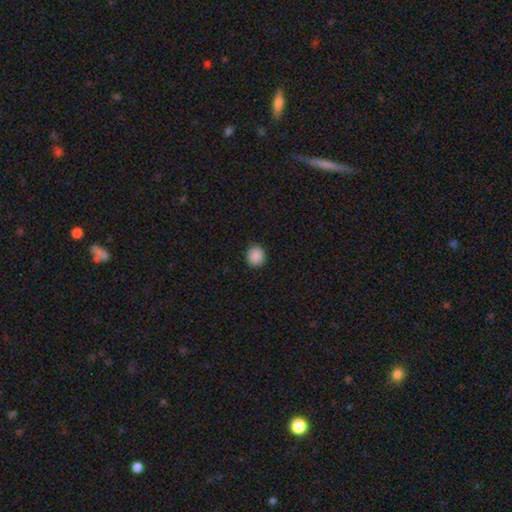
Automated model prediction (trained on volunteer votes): This is clearly a smooth galaxy (89%). How rounded: clearly round (89%). Merging: clearly none (91%).